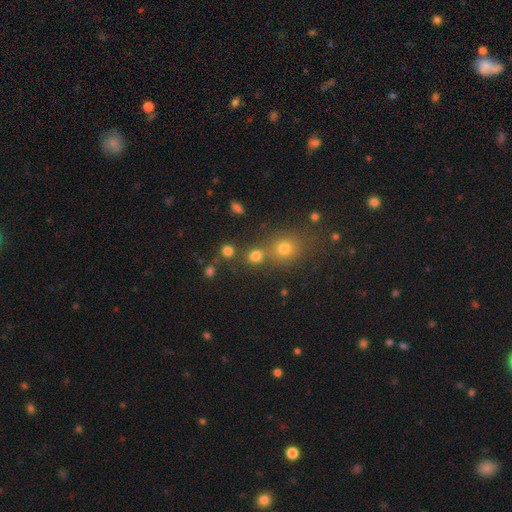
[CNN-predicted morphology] This is likely a smooth galaxy (77%). How rounded: clearly round (81%). Merging: likely none (60%).